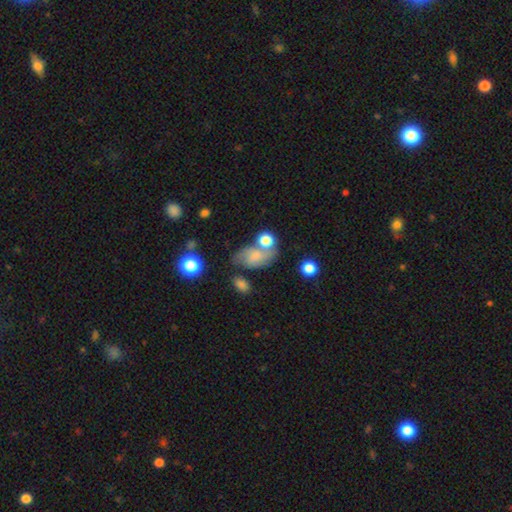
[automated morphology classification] A smooth galaxy with no disk features (57%) that is in between round and cigar-shaped (82%). Merging: none (40%).